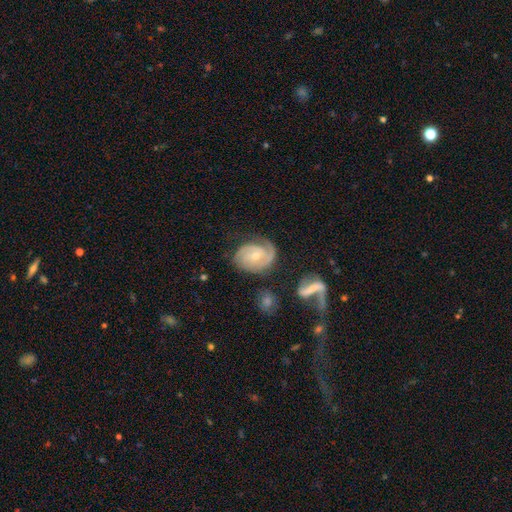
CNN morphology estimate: Smooth or featured: featured or disk — 83% (smooth — 11%)
Edge-on disk: no — 97% (yes — 3%)
Bar: no — 64% (weak — 28%)
Spiral arms: yes — 95% (no — 5%)
Spiral winding: tight — 56% (medium — 32%)
Spiral arm count: 2 — 50% (3 — 15%)
Bulge size: moderate — 49% (small — 48%)
Merging: none — 64% (minor disturbance — 22%)